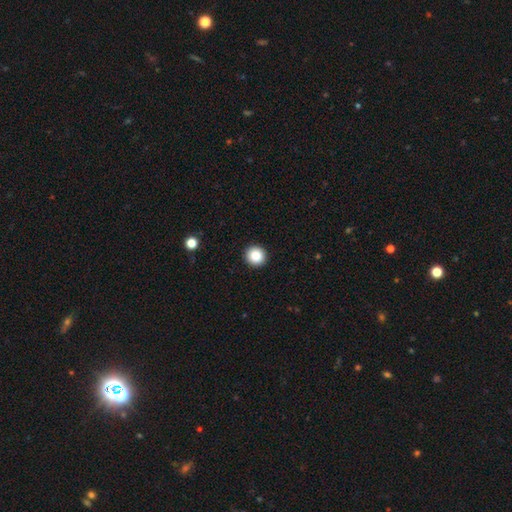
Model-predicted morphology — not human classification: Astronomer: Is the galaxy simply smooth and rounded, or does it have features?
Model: smooth — 87%.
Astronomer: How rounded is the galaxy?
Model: round — 95%.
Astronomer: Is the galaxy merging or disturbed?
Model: none — 93%.